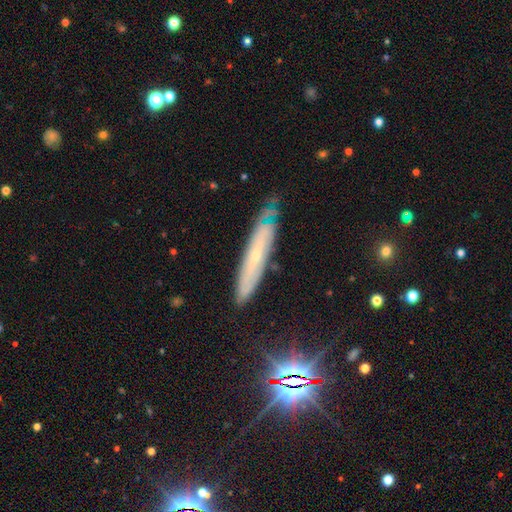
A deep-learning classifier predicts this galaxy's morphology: Smooth or featured?
  - featured or disk: 65% *
  - smooth: 23%
  - star or artifact: 12%
Edge-on disk?
  - yes: 55% *
  - no: 45%
Merging?
  - none: 72% *
  - minor disturbance: 21%
  - major disturbance: 5%
  - merger: 2%